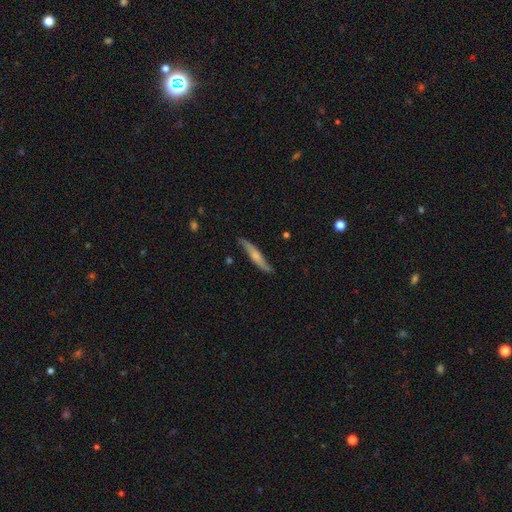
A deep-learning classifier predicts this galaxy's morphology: smooth-or-featured: featured or disk: 51% | smooth: 44% | star or artifact: 5%
  disk-edge-on: yes: 73% | no: 27%
  merging: none: 79% | minor disturbance: 17% | major disturbance: 3% | merger: 2%